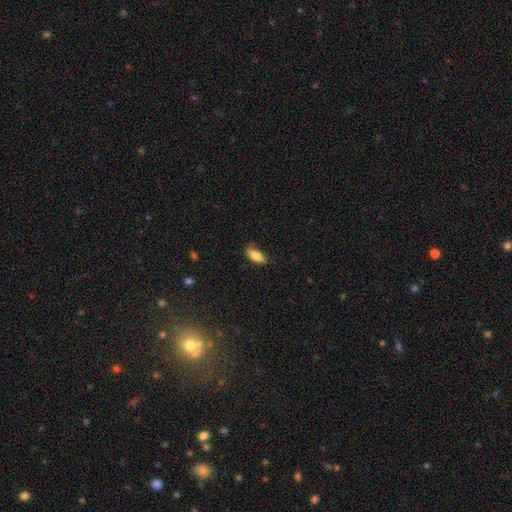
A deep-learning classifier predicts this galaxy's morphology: Smooth or featured: smooth — 84% (featured or disk — 9%)
How rounded: in between — 85% (cigar-shaped — 13%)
Merging: none — 80% (minor disturbance — 16%)